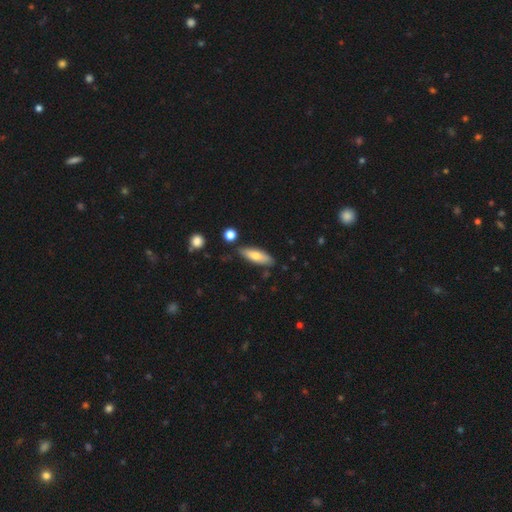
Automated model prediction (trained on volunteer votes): Smooth or featured: smooth — 69% (featured or disk — 25%)
How rounded: in between — 54% (cigar-shaped — 44%)
Merging: none — 80% (minor disturbance — 13%)